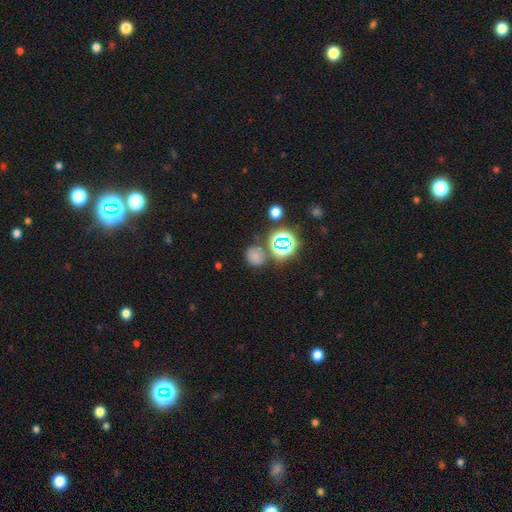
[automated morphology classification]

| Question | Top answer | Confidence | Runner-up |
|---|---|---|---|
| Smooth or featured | smooth | 63% | star or artifact (29%) |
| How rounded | round | 80% | in between (19%) |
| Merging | none | 72% | minor disturbance (14%) |